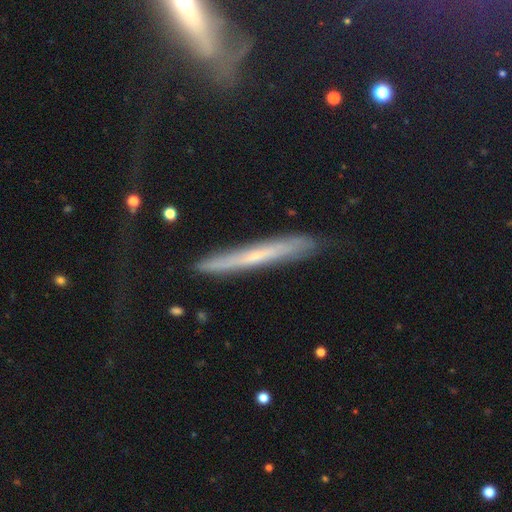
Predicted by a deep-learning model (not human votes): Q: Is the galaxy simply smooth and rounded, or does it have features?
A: featured or disk — 57%.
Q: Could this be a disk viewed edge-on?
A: yes — 89%.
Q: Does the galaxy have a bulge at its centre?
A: none — 60%.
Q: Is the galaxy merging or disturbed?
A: none — 82%.